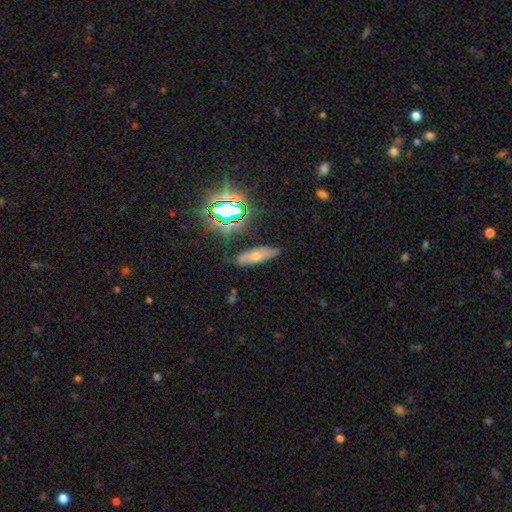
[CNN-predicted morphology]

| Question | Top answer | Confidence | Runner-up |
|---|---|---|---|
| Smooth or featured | smooth | 38% | star or artifact (32%) |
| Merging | none | 81% | minor disturbance (13%) |